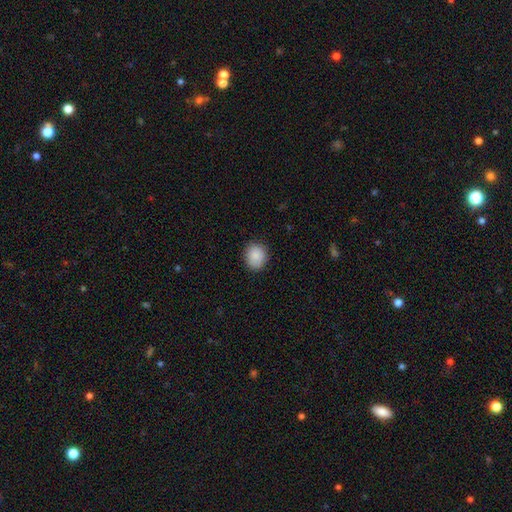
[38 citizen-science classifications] This appears to be a smooth galaxy with no disk features (87%) that is round (79%). Merging: none (83%).